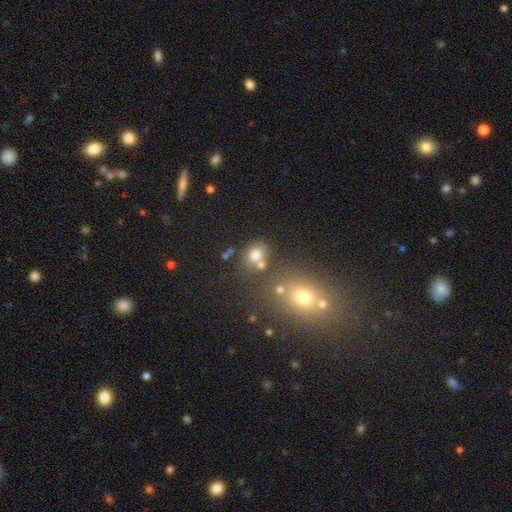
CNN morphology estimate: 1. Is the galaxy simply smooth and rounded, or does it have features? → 71% smooth, 17% star or artifact, 12% featured or disk.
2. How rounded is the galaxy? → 50% round, 49% in between, 1% cigar-shaped.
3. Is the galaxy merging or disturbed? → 52% none, 28% merger, 13% minor disturbance, 6% major disturbance.